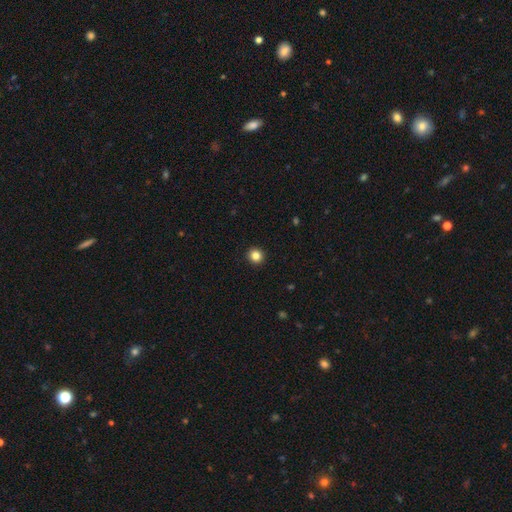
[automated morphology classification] Smooth or featured?
  - smooth: 84% *
  - star or artifact: 11%
  - featured or disk: 4%
How rounded?
  - round: 92% *
  - in between: 7%
  - cigar-shaped: 1%
Merging?
  - none: 93% *
  - minor disturbance: 4%
  - major disturbance: 1%
  - merger: 1%